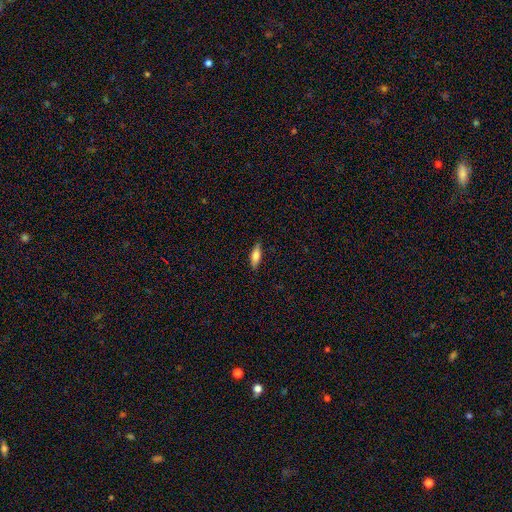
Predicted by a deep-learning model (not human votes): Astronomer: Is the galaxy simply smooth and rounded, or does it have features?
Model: smooth — 77%.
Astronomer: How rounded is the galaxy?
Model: in between — 65%.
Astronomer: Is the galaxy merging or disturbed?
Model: none — 83%.